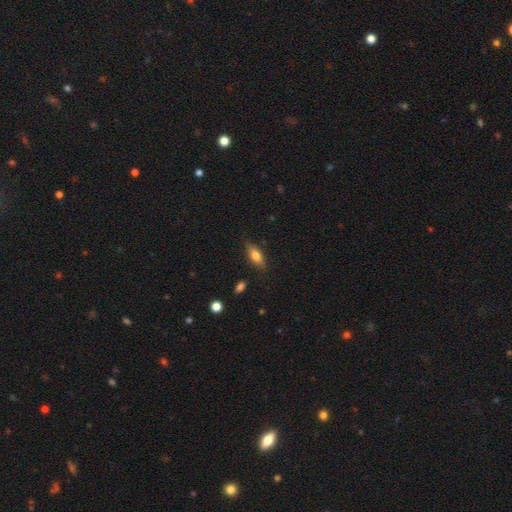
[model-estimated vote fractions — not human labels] smooth-or-featured: smooth: 69% | featured or disk: 24% | star or artifact: 7%
  how-rounded: in between: 73% | cigar-shaped: 24% | round: 4%
  merging: none: 80% | minor disturbance: 15% | major disturbance: 3% | merger: 2%